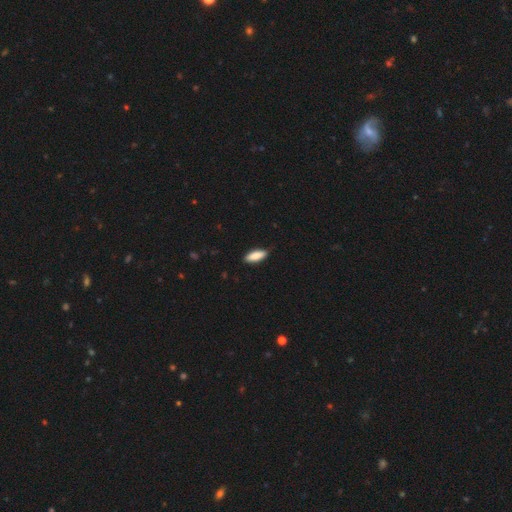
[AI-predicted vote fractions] This is clearly a smooth galaxy (86%). How rounded: likely in between (69%). Merging: clearly none (86%).